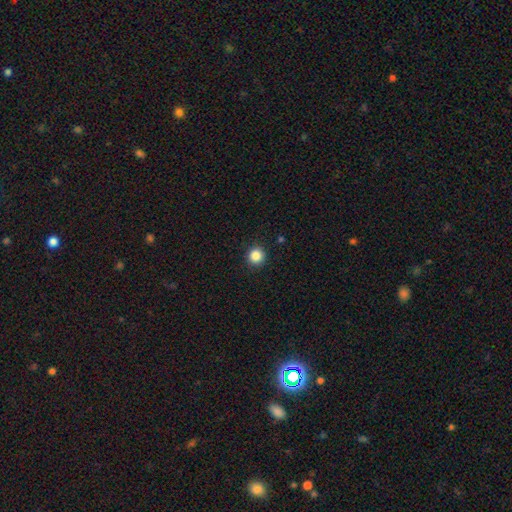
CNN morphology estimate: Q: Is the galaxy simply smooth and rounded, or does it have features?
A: smooth — 86%.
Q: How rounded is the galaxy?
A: round — 93%.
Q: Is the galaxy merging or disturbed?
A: none — 91%.